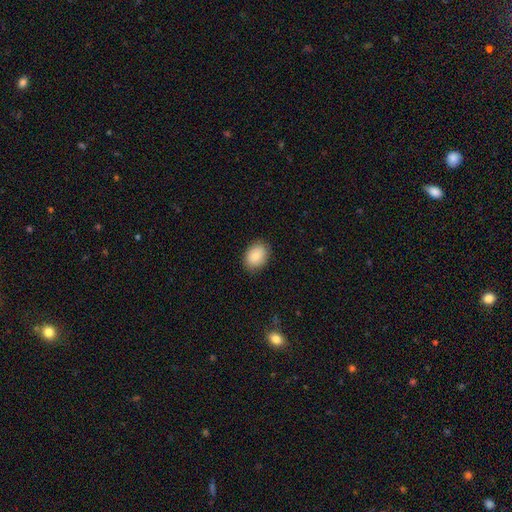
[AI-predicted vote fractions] Smooth or featured?
  - smooth: 82% *
  - featured or disk: 11%
  - star or artifact: 7%
How rounded?
  - in between: 67% *
  - round: 32%
  - cigar-shaped: 1%
Merging?
  - none: 85% *
  - minor disturbance: 12%
  - major disturbance: 3%
  - merger: 1%